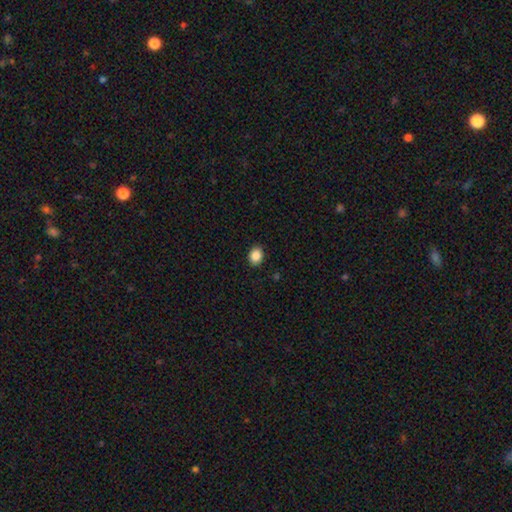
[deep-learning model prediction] Smooth or featured?
  - smooth: 88% *
  - star or artifact: 9%
  - featured or disk: 4%
How rounded?
  - in between: 53% *
  - round: 46%
  - cigar-shaped: 1%
Merging?
  - none: 90% *
  - minor disturbance: 7%
  - major disturbance: 2%
  - merger: 1%